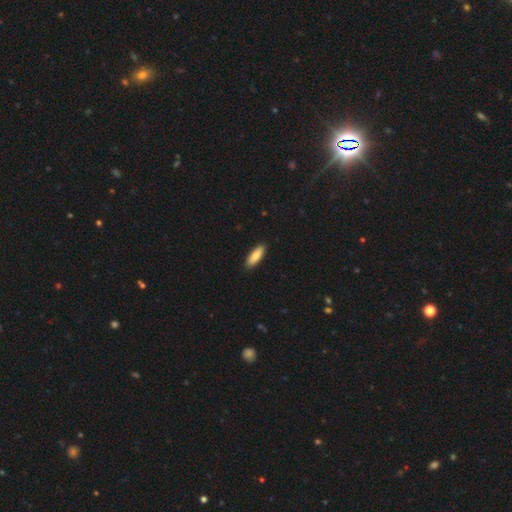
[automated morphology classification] type=smooth (83%); roundness=in between (56%); merging=none (91%).